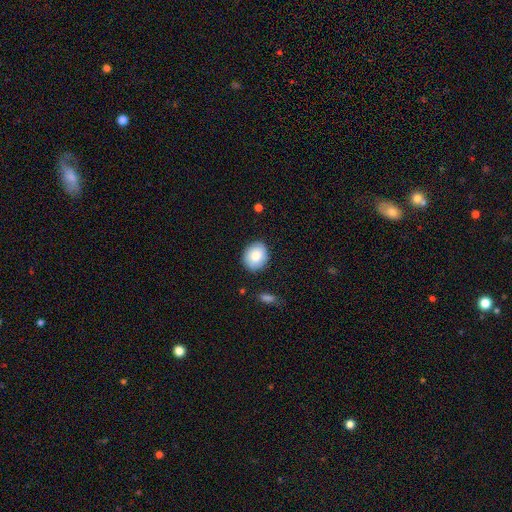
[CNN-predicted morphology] smooth_or_featured: smooth (p=0.80) [alt: featured or disk p=0.13]
how_rounded: round (p=0.64) [alt: in between p=0.35]
merging: none (p=0.84) [alt: minor disturbance p=0.11]